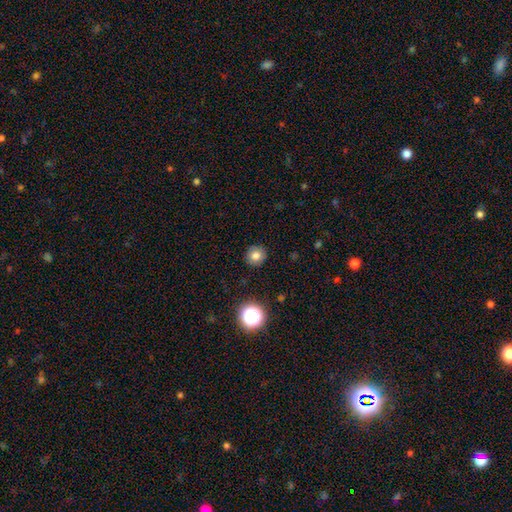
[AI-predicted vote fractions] smooth 78%, star or artifact 12%, featured or disk 9%. Down the decision tree: how rounded — round (90%); merging — none (90%).